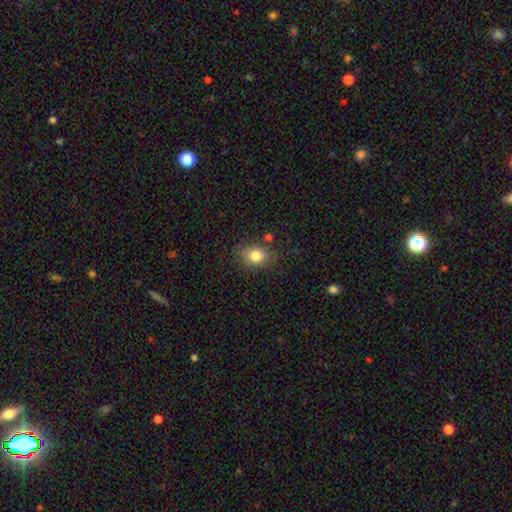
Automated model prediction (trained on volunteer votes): smooth_or_featured: smooth (p=0.81) [alt: star or artifact p=0.10]
how_rounded: in between (p=0.68) [alt: round p=0.31]
merging: none (p=0.77) [alt: minor disturbance p=0.15]